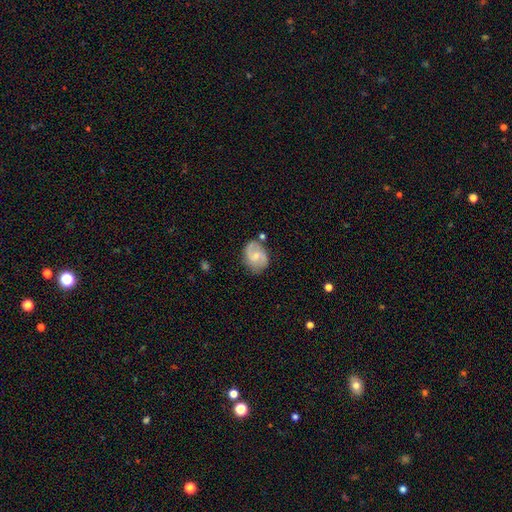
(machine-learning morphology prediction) Smooth or featured? featured or disk (72%)
Edge-on disk? no (98%)
Bar? no (47%)
Spiral arms? yes (94%)
Spiral winding? medium (50%)
Spiral arm count? 2 (87%)
Bulge size? small (56%)
Merging? none (71%)